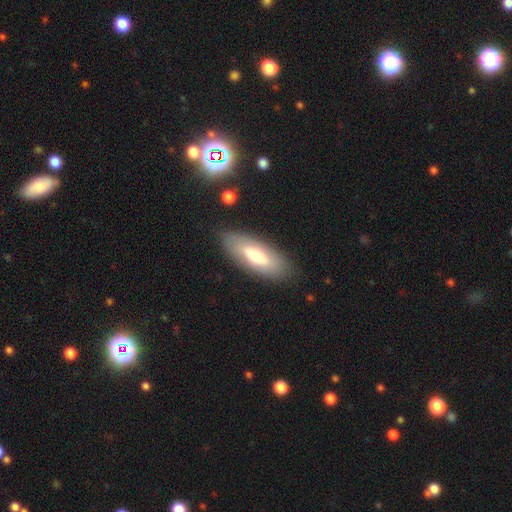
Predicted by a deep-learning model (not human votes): This is possibly a smooth galaxy (57%). How rounded: likely in between (77%). Merging: clearly none (82%).